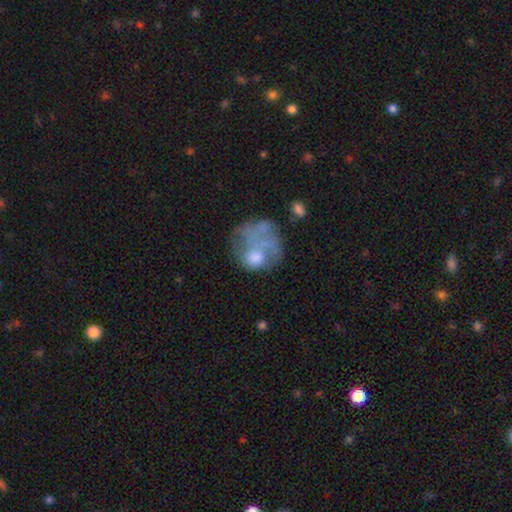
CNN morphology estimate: Smooth or featured?
  - smooth: 46% *
  - featured or disk: 43%
  - star or artifact: 11%
Merging?
  - major disturbance: 36% *
  - none: 31%
  - minor disturbance: 19%
  - merger: 15%